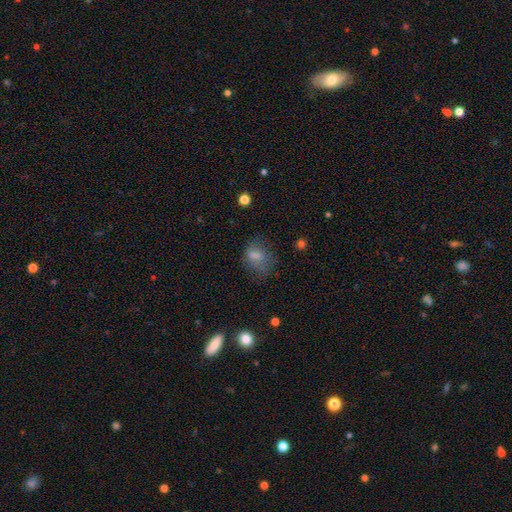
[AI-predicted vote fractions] Smooth or featured? Predicted: smooth (p=0.69). How rounded? Predicted: in between (p=0.68). Merging? Predicted: none (p=0.46).